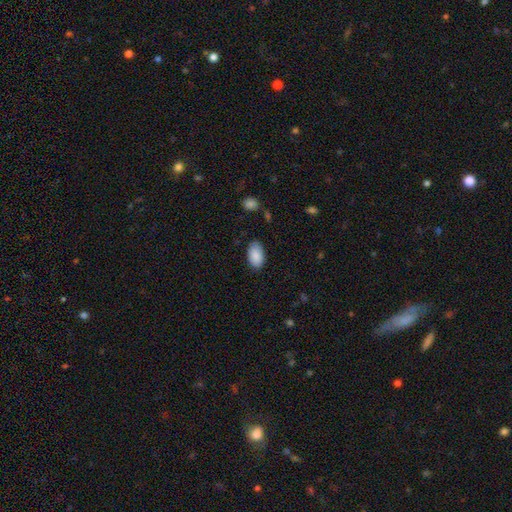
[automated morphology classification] A smooth galaxy with no disk features (90%) that is in between round and cigar-shaped (95%).

Vote fractions:
- Smooth or featured? smooth: 90% / star or artifact: 6% / featured or disk: 4%
- How rounded? in between: 95% / round: 4% / cigar-shaped: 1%
- Merging? none: 84% / minor disturbance: 12% / major disturbance: 3% / merger: 1%